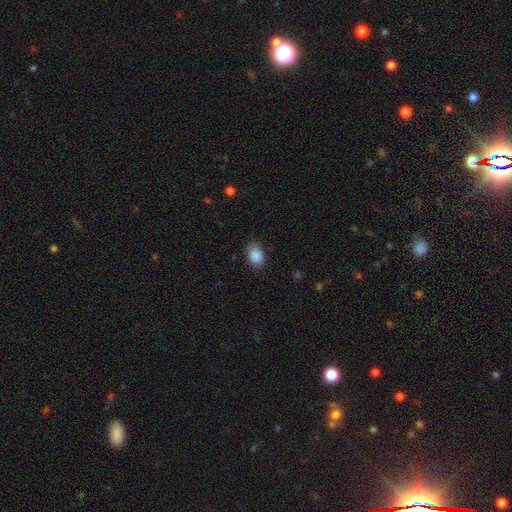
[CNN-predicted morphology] This appears to be a smooth galaxy with no disk features (89%) that is in between round and cigar-shaped (82%). Merging: none (81%).